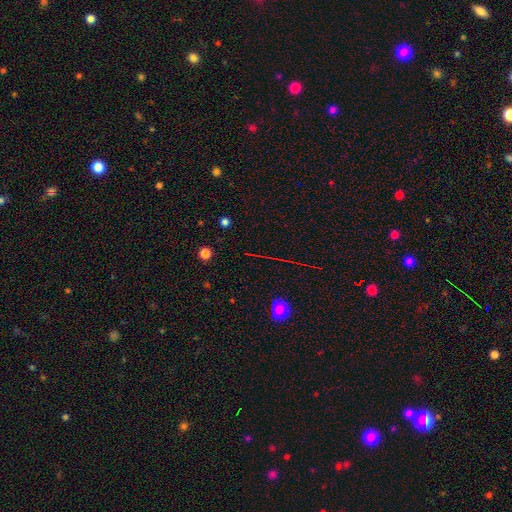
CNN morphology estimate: Smooth or featured? Predicted: star or artifact (p=0.63).